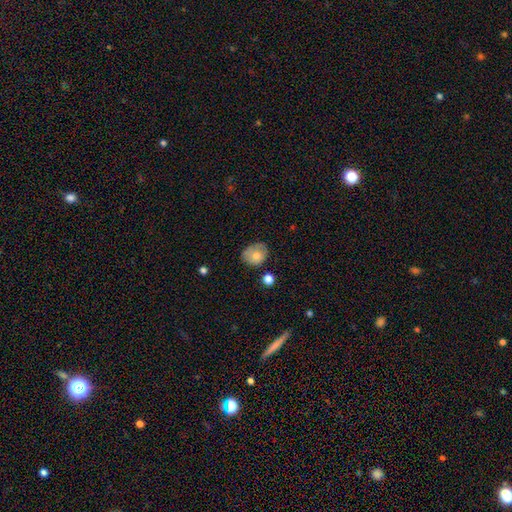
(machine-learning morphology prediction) Smooth or featured?
  - smooth: 71% *
  - featured or disk: 20%
  - star or artifact: 8%
How rounded?
  - round: 52% *
  - in between: 47%
  - cigar-shaped: 1%
Merging?
  - none: 58% *
  - minor disturbance: 29%
  - major disturbance: 9%
  - merger: 4%